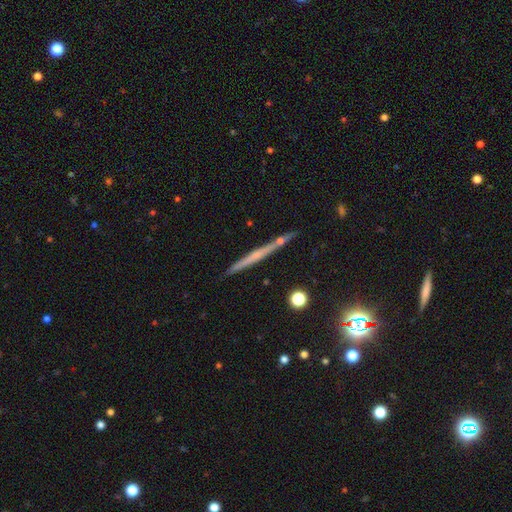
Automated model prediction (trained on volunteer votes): This is possibly a featured or disk galaxy (54%). It is clearly viewed edge-on (97%). Edge-on bulge: likely none (79%). Merging: clearly none (86%).